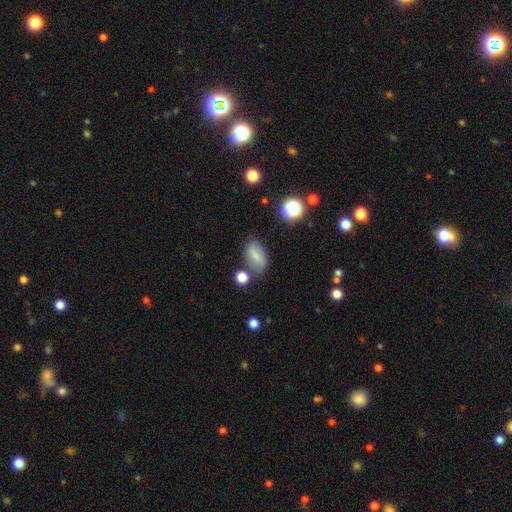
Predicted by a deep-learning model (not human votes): Q: Smooth or featured?
A: smooth (72%); runner-up: featured or disk (16%)
Q: How rounded?
A: in between (88%); runner-up: round (8%)
Q: Merging?
A: none (66%); runner-up: minor disturbance (20%)